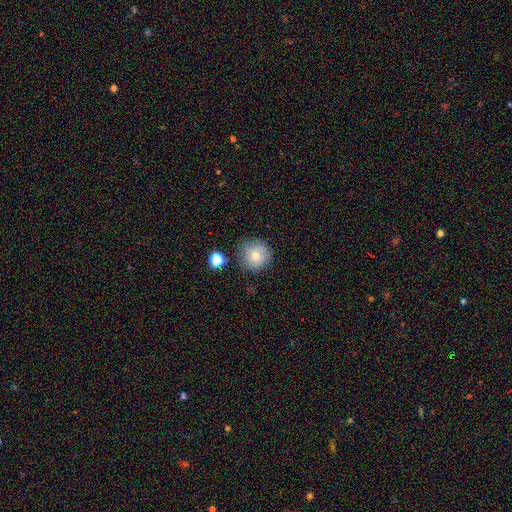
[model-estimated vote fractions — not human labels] smooth_or_featured: smooth (p=0.76) [alt: featured or disk p=0.14]
how_rounded: round (p=0.92) [alt: in between p=0.07]
merging: none (p=0.76) [alt: minor disturbance p=0.15]